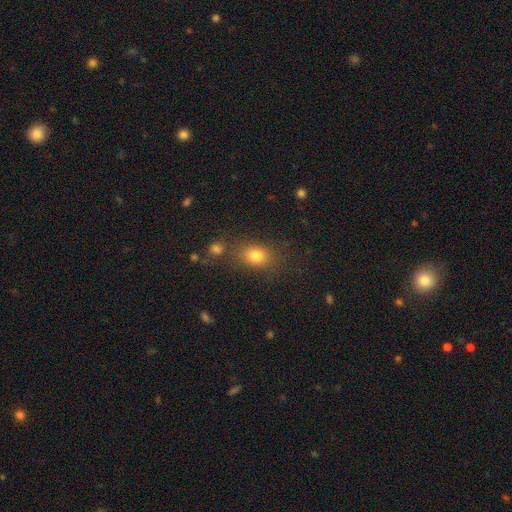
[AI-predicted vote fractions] Smooth or featured? Predicted: smooth (p=0.77). How rounded? Predicted: in between (p=0.60). Merging? Predicted: none (p=0.73).